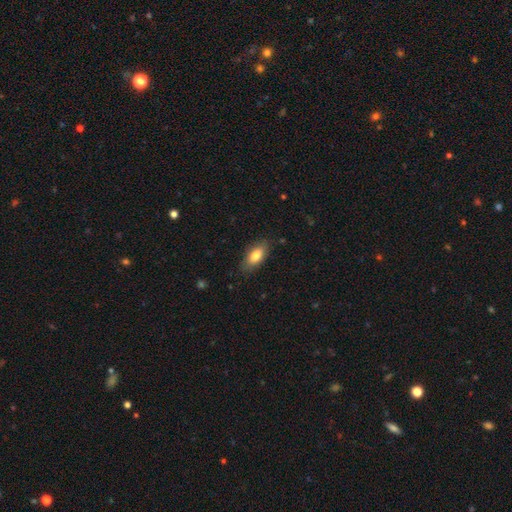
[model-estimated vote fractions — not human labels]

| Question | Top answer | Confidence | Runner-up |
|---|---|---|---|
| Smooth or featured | smooth | 81% | featured or disk (13%) |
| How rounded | in between | 86% | cigar-shaped (11%) |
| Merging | none | 83% | minor disturbance (13%) |